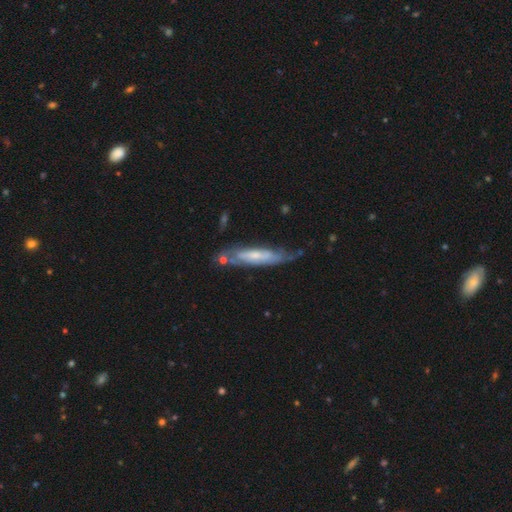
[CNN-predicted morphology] Q: Smooth or featured?
A: featured or disk (67%); runner-up: smooth (27%)
Q: Edge-on disk?
A: no (57%); runner-up: yes (43%)
Q: Merging?
A: none (55%); runner-up: minor disturbance (26%)